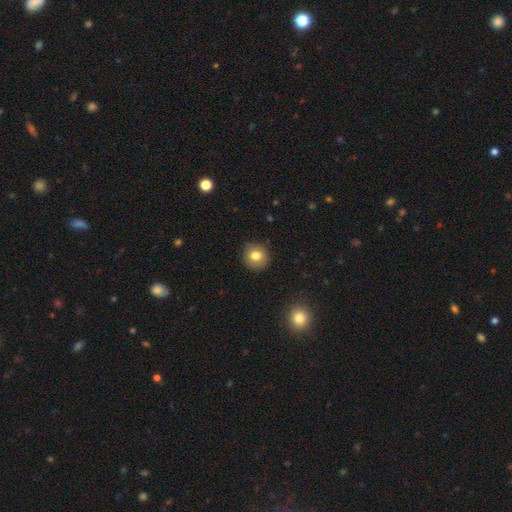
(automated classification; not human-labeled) A smooth galaxy with no disk features (80%) that is round (85%).

Vote fractions:
- Smooth or featured? smooth: 80% / featured or disk: 10% / star or artifact: 10%
- How rounded? round: 85% / in between: 14% / cigar-shaped: 1%
- Merging? none: 86% / minor disturbance: 10% / major disturbance: 2% / merger: 1%